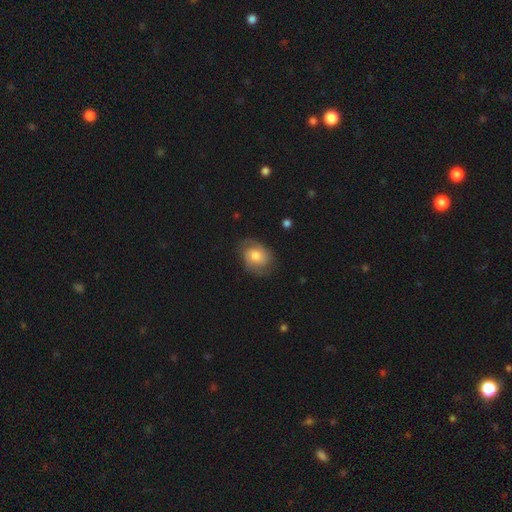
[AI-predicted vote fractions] This appears to be a featured or disk galaxy (55%) with no bar (67%), spiral arms (87%) and a moderate central bulge (57%). Merging: none (70%).